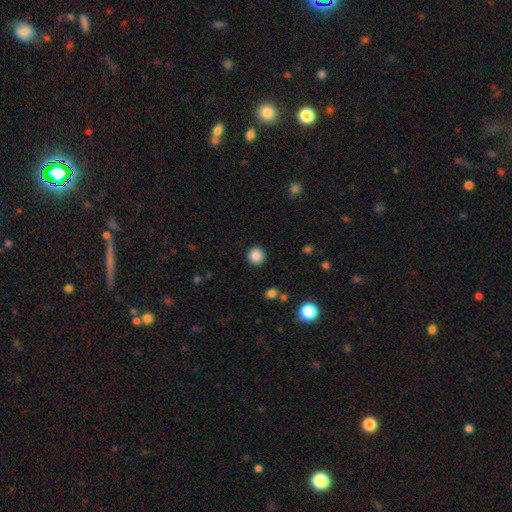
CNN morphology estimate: Q: Smooth or featured?
A: smooth (87%); runner-up: star or artifact (10%)
Q: How rounded?
A: round (94%); runner-up: in between (5%)
Q: Merging?
A: none (92%); runner-up: minor disturbance (5%)